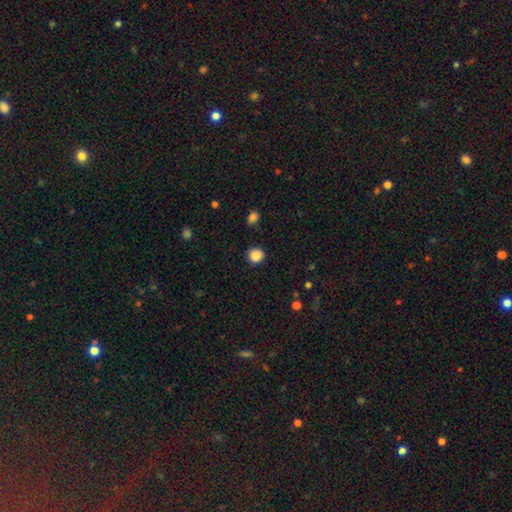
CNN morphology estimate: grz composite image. It shows a smooth galaxy with no disk features (87%) that is round (91%). Merging: none (90%).